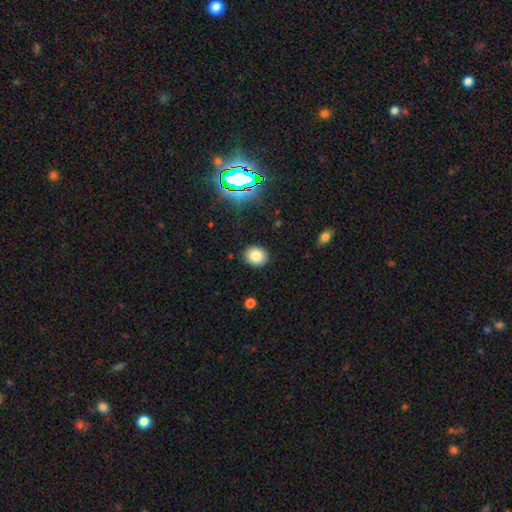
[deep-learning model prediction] This is clearly a smooth galaxy (80%). How rounded: likely round (70%). Merging: clearly none (90%).